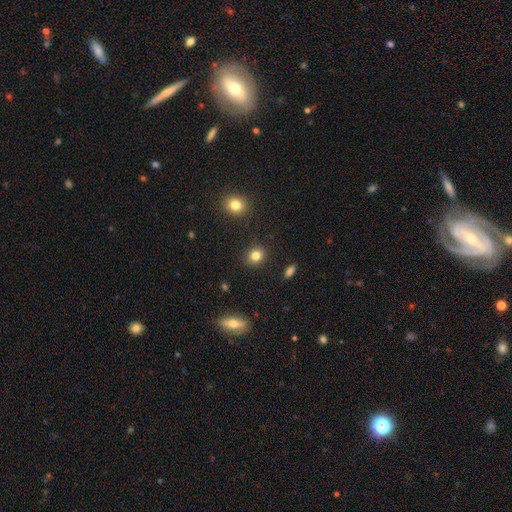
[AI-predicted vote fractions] smooth_or_featured: smooth (p=0.83) [alt: star or artifact p=0.11]
how_rounded: round (p=0.72) [alt: in between p=0.26]
merging: none (p=0.90) [alt: minor disturbance p=0.07]